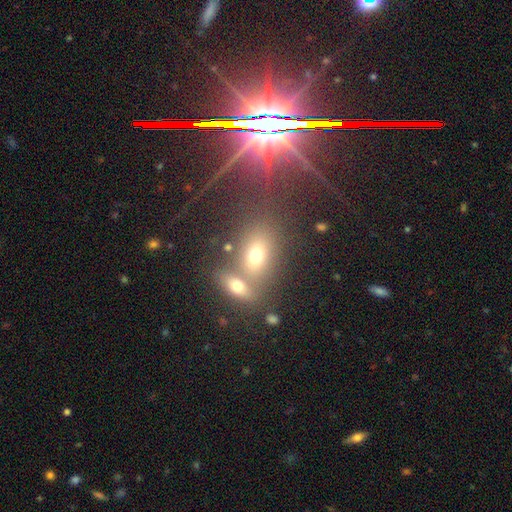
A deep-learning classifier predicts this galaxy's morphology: type=smooth (66%); roundness=in between (75%); merging=none (44%).